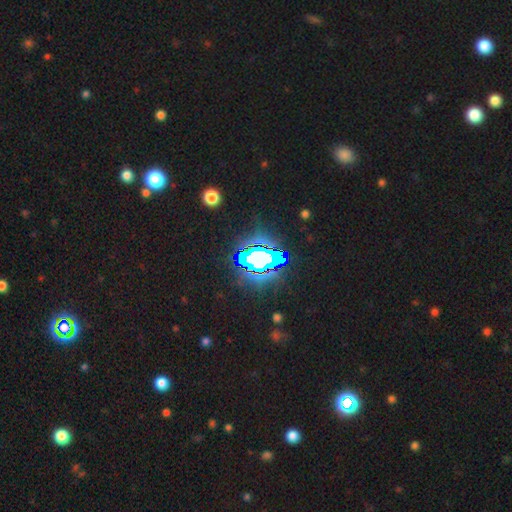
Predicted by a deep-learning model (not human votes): Q: Smooth or featured?
A: star or artifact (68%); runner-up: smooth (17%)